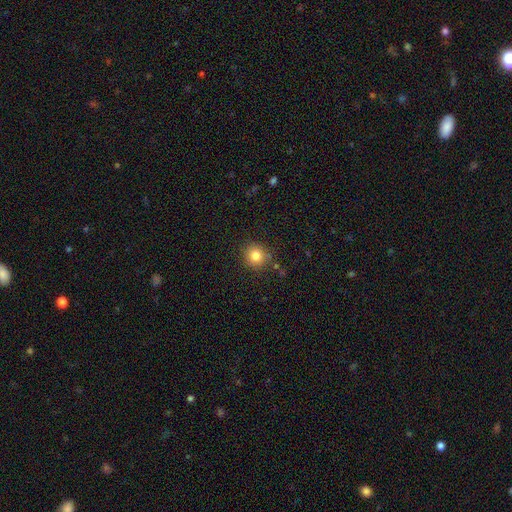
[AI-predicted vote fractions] This is clearly a smooth galaxy (82%). How rounded: clearly round (90%). Merging: clearly none (84%).